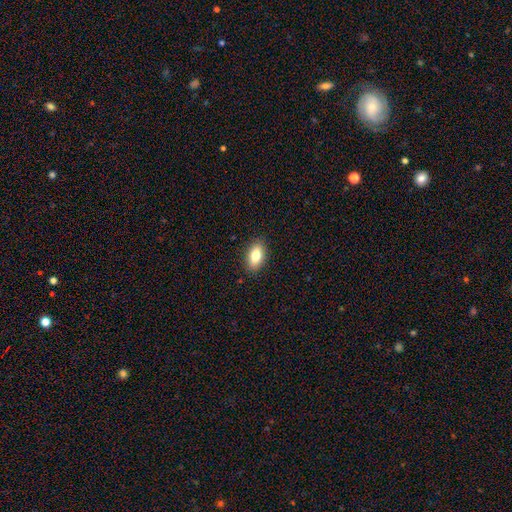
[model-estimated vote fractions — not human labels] Smooth or featured: smooth — 82% (featured or disk — 11%)
How rounded: in between — 89% (cigar-shaped — 6%)
Merging: none — 88% (minor disturbance — 9%)